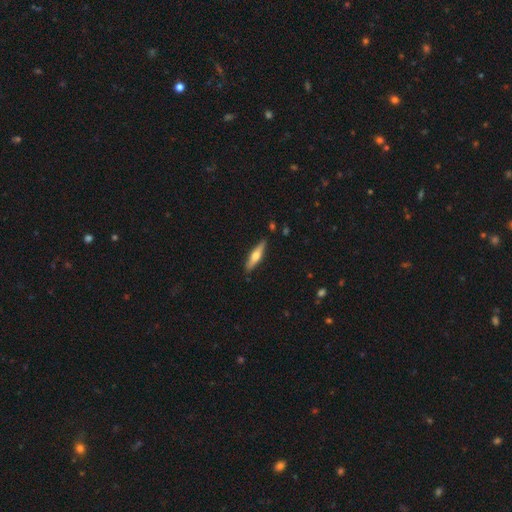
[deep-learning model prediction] Overall: featured or disk (53%; smooth 42%). Edge-on disk: yes (94%). Merging: none (88%).